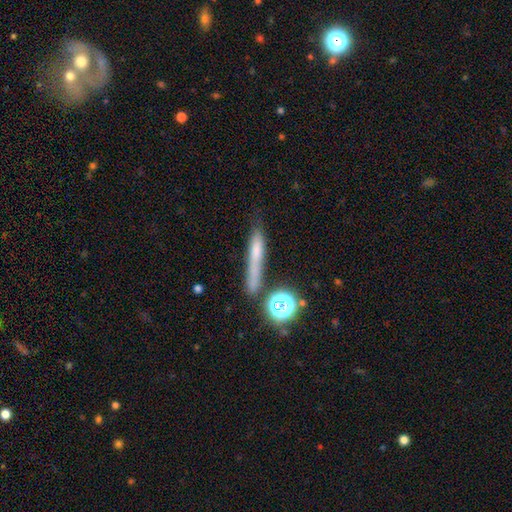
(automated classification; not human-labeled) A smooth galaxy with no disk features (53%) that is cigar-shaped (78%).

Vote fractions:
- Smooth or featured? smooth: 53% / featured or disk: 29% / star or artifact: 19%
- How rounded? cigar-shaped: 78% / round: 12% / in between: 10%
- Merging? none: 61% / minor disturbance: 19% / merger: 11% / major disturbance: 9%